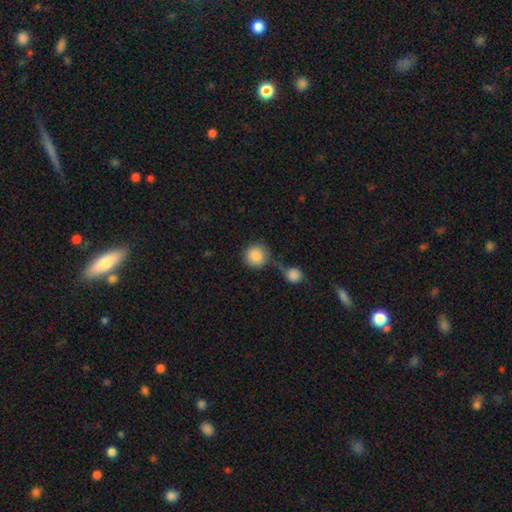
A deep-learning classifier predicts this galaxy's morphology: A smooth galaxy with no disk features (86%) that is round (93%).

Vote fractions:
- Smooth or featured? smooth: 86% / star or artifact: 8% / featured or disk: 6%
- How rounded? round: 93% / in between: 6% / cigar-shaped: 1%
- Merging? none: 61% / merger: 23% / minor disturbance: 11% / major disturbance: 5%